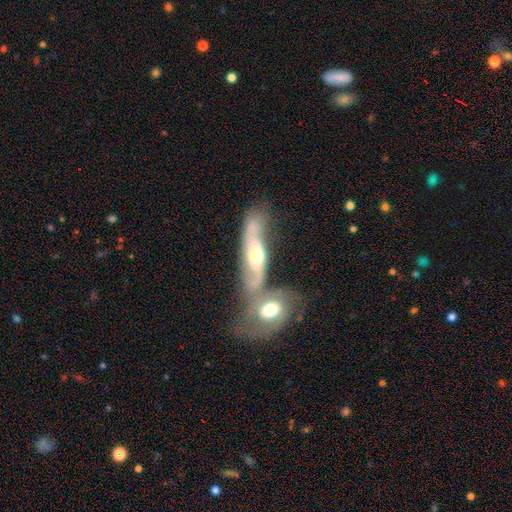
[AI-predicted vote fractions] Smooth or featured? featured or disk (70%)
Edge-on disk? no (73%)
Bar? no (61%)
Spiral arms? yes (83%)
Bulge size? moderate (71%)
Merging? merger (48%)